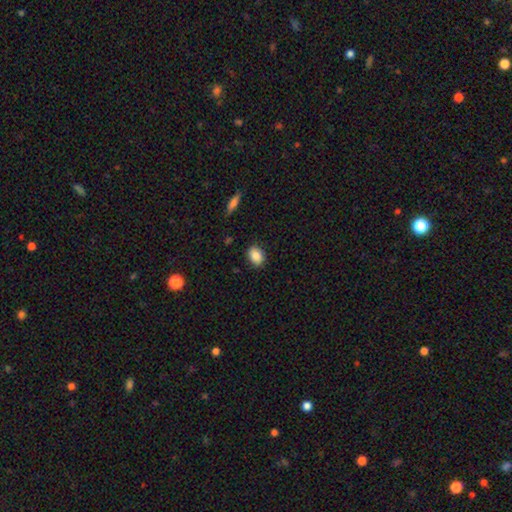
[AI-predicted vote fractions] This appears to be a smooth galaxy with no disk features (86%) that is in between round and cigar-shaped (71%). Merging: none (87%).